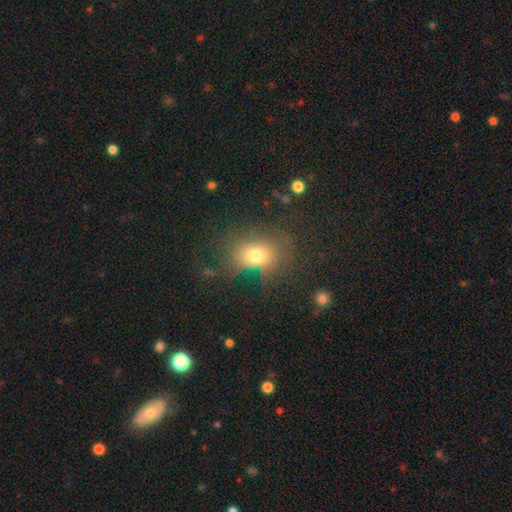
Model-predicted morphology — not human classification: This appears to be a smooth galaxy with no disk features (71%) that is in between round and cigar-shaped (59%). Merging: none (62%).